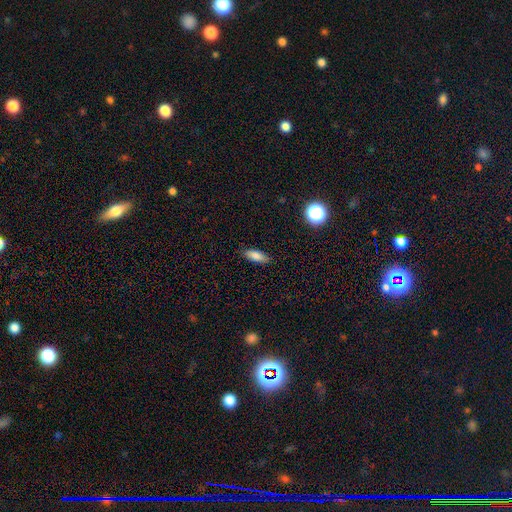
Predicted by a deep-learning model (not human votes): This appears to be a smooth galaxy with no disk features (81%) that is in between round and cigar-shaped (70%). Merging: none (86%).